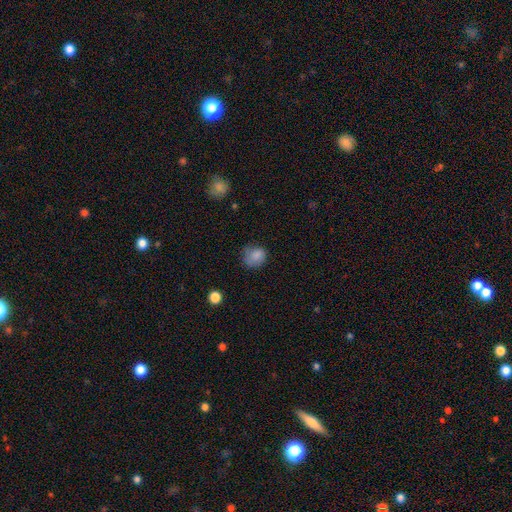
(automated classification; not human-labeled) Morphology: type=smooth (81%); roundness=round (67%); merging=none (53%).